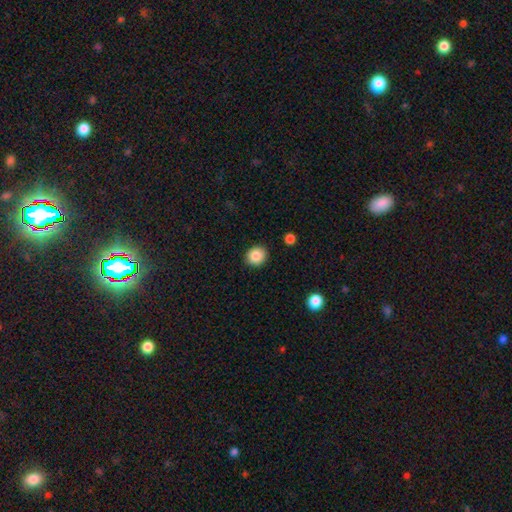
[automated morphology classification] smooth-or-featured: smooth: 87% | star or artifact: 9% | featured or disk: 4%
  how-rounded: round: 77% | in between: 22% | cigar-shaped: 1%
  merging: none: 90% | minor disturbance: 7% | major disturbance: 2% | merger: 1%